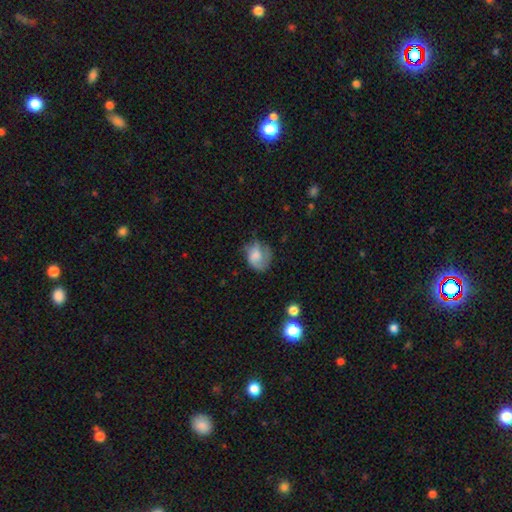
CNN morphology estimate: smooth 51%, featured or disk 41%, star or artifact 8%. Down the decision tree: how rounded — round (54%); merging — none (48%).